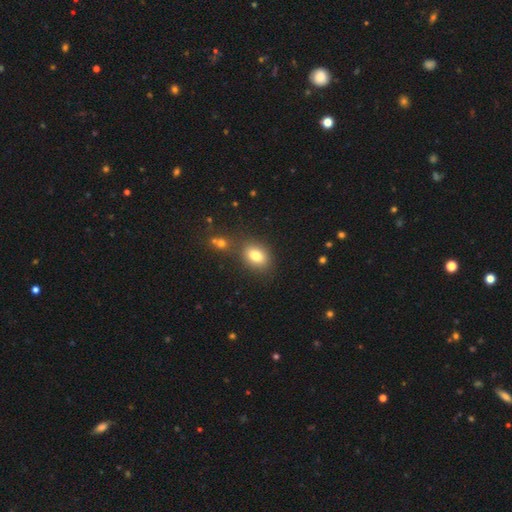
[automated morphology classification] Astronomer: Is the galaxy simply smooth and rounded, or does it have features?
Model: smooth — 81%.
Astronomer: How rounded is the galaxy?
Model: in between — 75%.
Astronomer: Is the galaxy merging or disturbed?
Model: none — 76%.